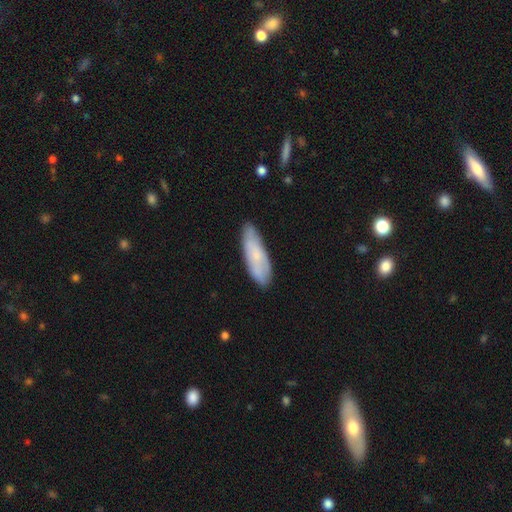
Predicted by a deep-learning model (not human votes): This appears to be a smooth galaxy with no disk features (65%) that is in between round and cigar-shaped (51%). Merging: none (78%).